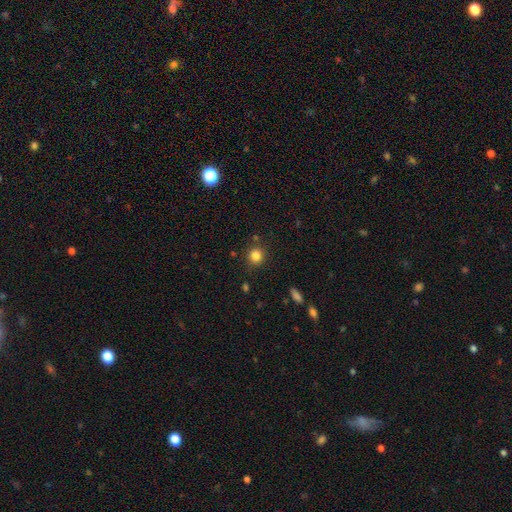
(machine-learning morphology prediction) Smooth or featured? Predicted: smooth (p=0.83). How rounded? Predicted: round (p=0.88). Merging? Predicted: none (p=0.85).